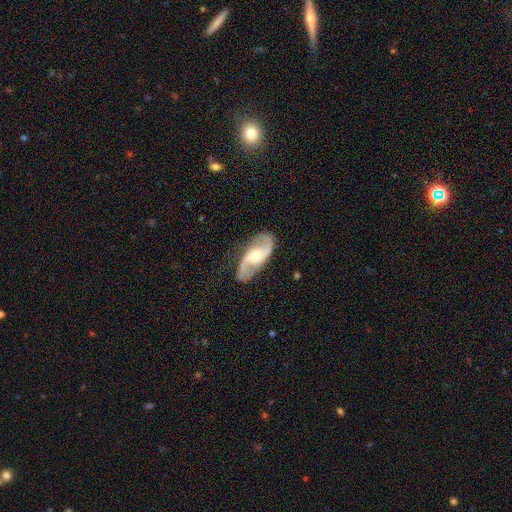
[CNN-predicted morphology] Smooth or featured? Predicted: featured or disk (p=0.87). Edge-on disk? Predicted: no (p=0.95). Bar? Predicted: no (p=0.48). Spiral arms? Predicted: yes (p=0.97). Spiral winding? Predicted: medium (p=0.46). Spiral arm count? Predicted: 2 (p=0.93). Bulge size? Predicted: moderate (p=0.59). Merging? Predicted: none (p=0.81).